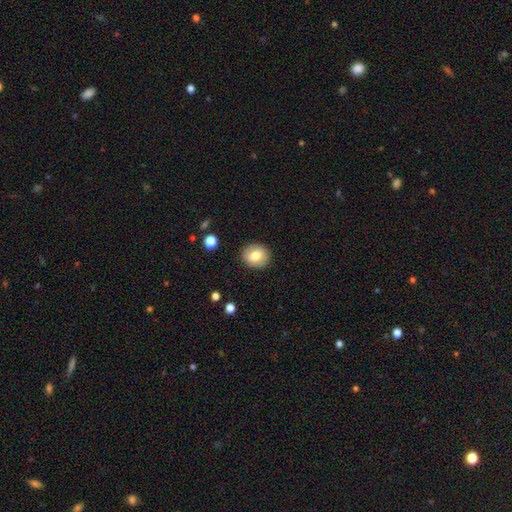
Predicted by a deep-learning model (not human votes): smooth 72%, featured or disk 20%, star or artifact 8%. Down the decision tree: how rounded — round (66%); merging — none (87%).